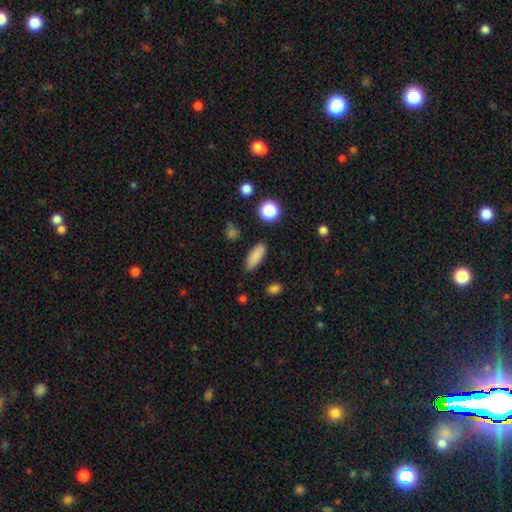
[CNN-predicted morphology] Smooth or featured?
  - smooth: 86% *
  - star or artifact: 9%
  - featured or disk: 5%
How rounded?
  - in between: 62% *
  - cigar-shaped: 35%
  - round: 3%
Merging?
  - none: 88% *
  - minor disturbance: 8%
  - major disturbance: 2%
  - merger: 2%